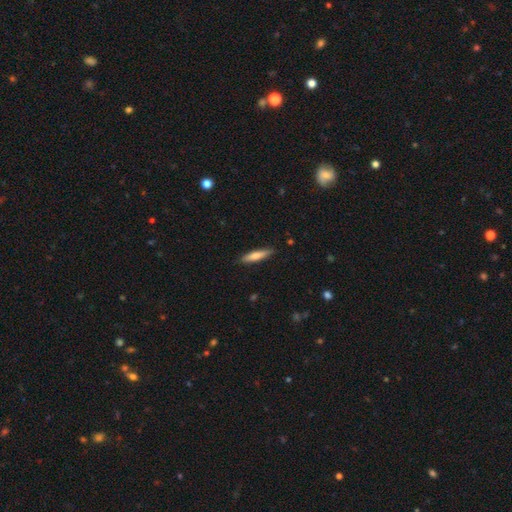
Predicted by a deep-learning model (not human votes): smooth-or-featured: smooth: 69% | featured or disk: 25% | star or artifact: 6%
  how-rounded: cigar-shaped: 83% | in between: 15% | round: 1%
  merging: none: 87% | minor disturbance: 10% | major disturbance: 2% | merger: 1%